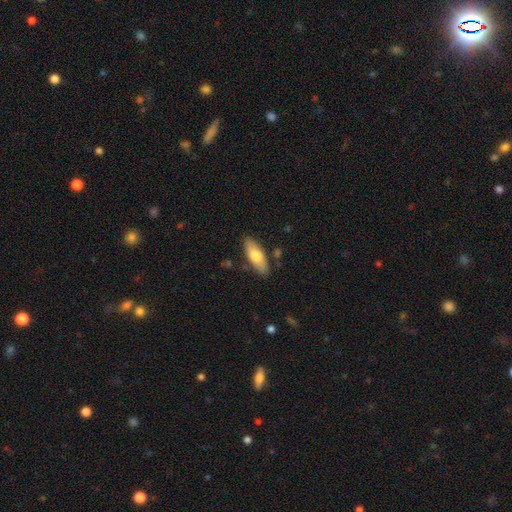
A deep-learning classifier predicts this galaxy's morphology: The model was most divided on "smooth or featured": smooth: 71%, featured or disk: 23%, star or artifact: 6%. More confident: merging — none (82%); how rounded — in between (73%).